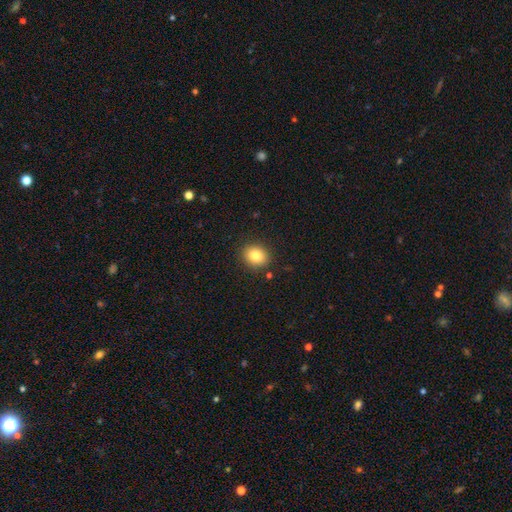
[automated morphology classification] smooth 82%, star or artifact 10%, featured or disk 8%. Down the decision tree: how rounded — round (67%); merging — none (89%).